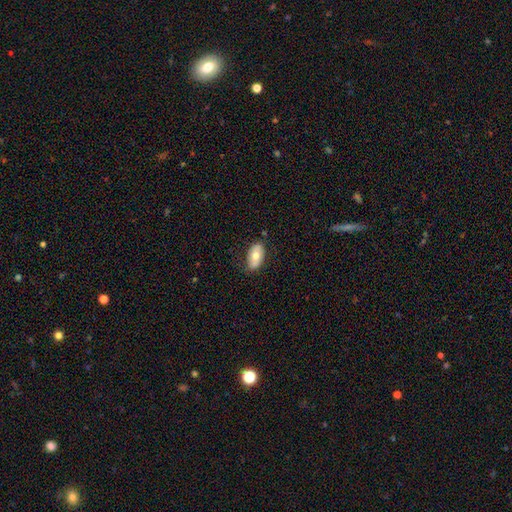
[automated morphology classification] Q: Smooth or featured?
A: smooth (67%); runner-up: featured or disk (26%)
Q: How rounded?
A: in between (93%); runner-up: round (4%)
Q: Merging?
A: none (79%); runner-up: minor disturbance (16%)